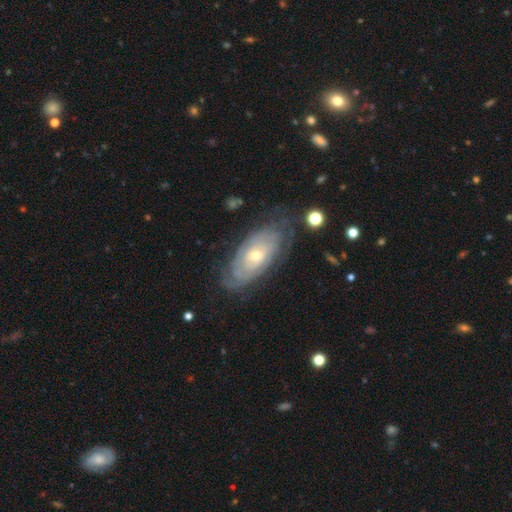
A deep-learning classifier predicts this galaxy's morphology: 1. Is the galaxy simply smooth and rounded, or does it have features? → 78% featured or disk, 16% smooth, 6% star or artifact.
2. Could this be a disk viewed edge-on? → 91% no, 9% yes.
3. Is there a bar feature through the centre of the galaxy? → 74% no, 21% weak, 5% strong.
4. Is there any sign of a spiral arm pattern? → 85% yes, 15% no.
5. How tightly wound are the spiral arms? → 79% tight, 15% medium, 5% loose.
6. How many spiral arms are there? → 61% can't tell, 17% 2, 8% 3, 6% 4, 4% 1, 4% more than 4.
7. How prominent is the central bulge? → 52% small, 44% moderate, 2% large, 1% none, 1% dominant.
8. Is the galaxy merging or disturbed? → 72% none, 19% minor disturbance, 8% major disturbance, 2% merger.